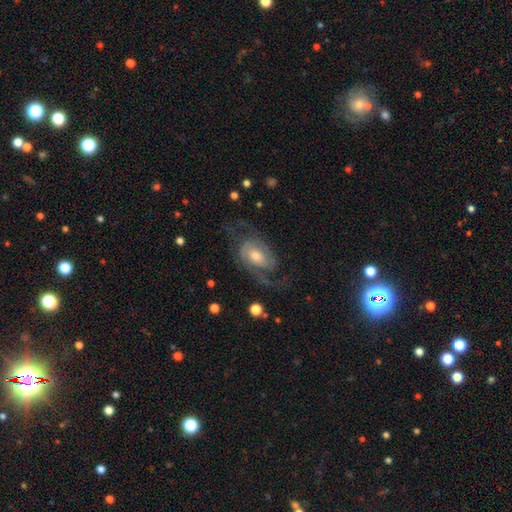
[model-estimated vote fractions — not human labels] This is clearly a featured or disk galaxy (83%). It is clearly not viewed edge-on (96%). Bar: likely no (60%). Spiral arm pattern: clearly yes (94%). Spiral arm count: likely 2 (79%). Spiral winding: possibly medium (49%). Central bulge: possibly moderate (58%). Merging: likely none (65%).